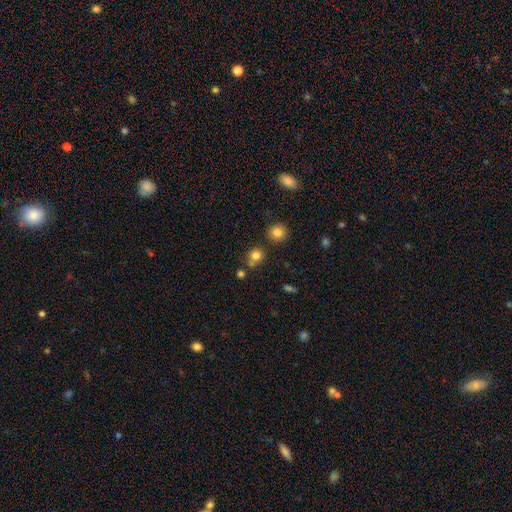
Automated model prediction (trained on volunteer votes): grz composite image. It shows a smooth galaxy with no disk features (78%) that is round (85%). Merging: none (65%).